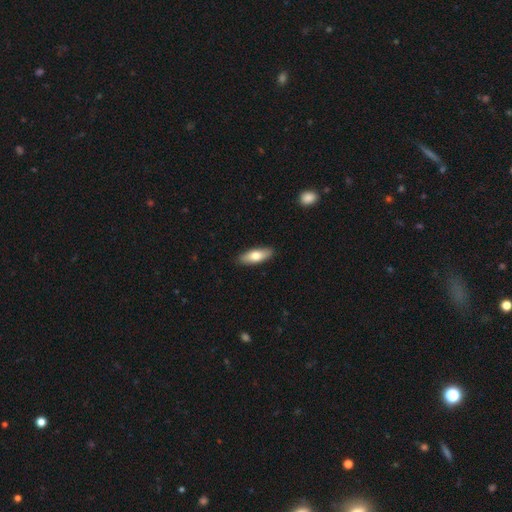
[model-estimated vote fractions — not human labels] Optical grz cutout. It shows a smooth galaxy with no disk features (73%) that is in between round and cigar-shaped (67%). Merging: none (88%).